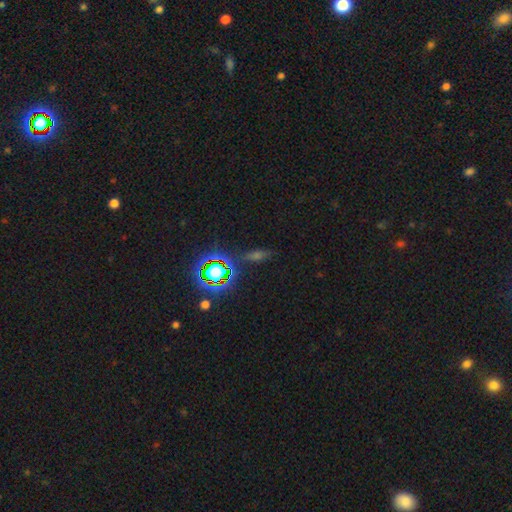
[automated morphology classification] This appears to be a star or artifact, not a galaxy (52%).